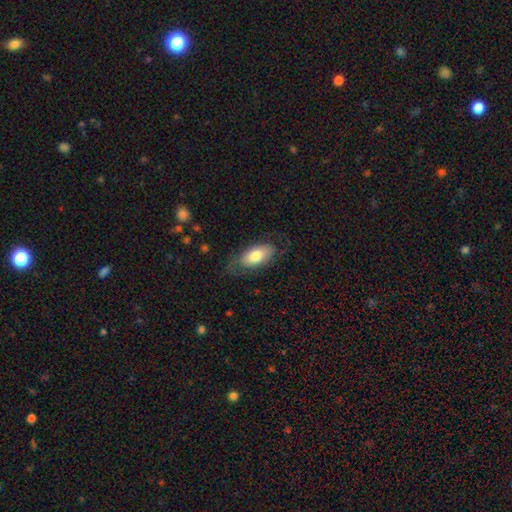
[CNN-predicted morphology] Smooth or featured? smooth (70%)
How rounded? in between (92%)
Merging? none (69%)